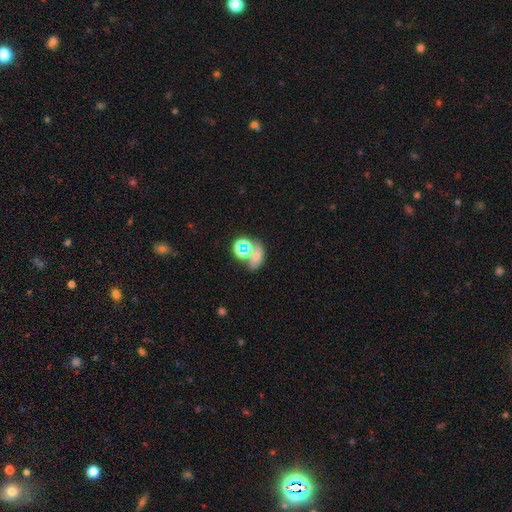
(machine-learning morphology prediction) smooth 54%, star or artifact 31%, featured or disk 14%. Down the decision tree: how rounded — in between (64%); merging — none (44%).